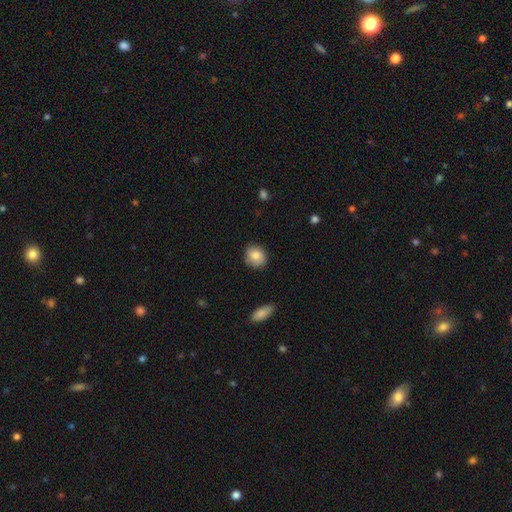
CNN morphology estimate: smooth_or_featured: smooth (p=0.84) [alt: featured or disk p=0.09]
how_rounded: round (p=0.61) [alt: in between p=0.38]
merging: none (p=0.82) [alt: minor disturbance p=0.14]